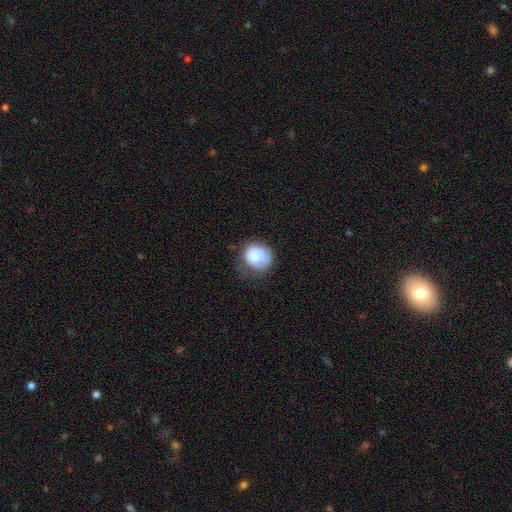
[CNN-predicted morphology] This is likely a smooth galaxy (63%). How rounded: likely round (75%). Merging: possibly none (49%).